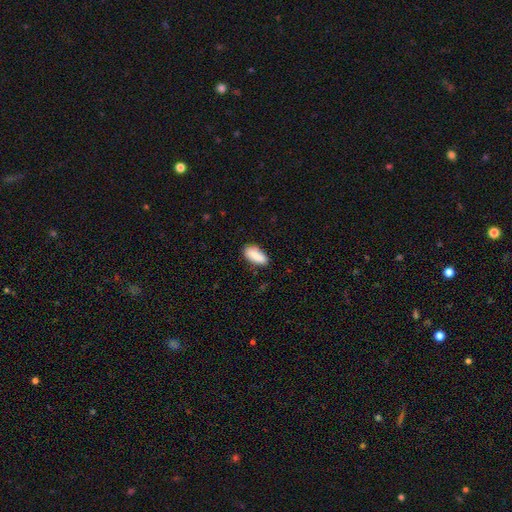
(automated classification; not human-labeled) A smooth galaxy with no disk features (88%) that is in between round and cigar-shaped (83%). Merging: none (78%).